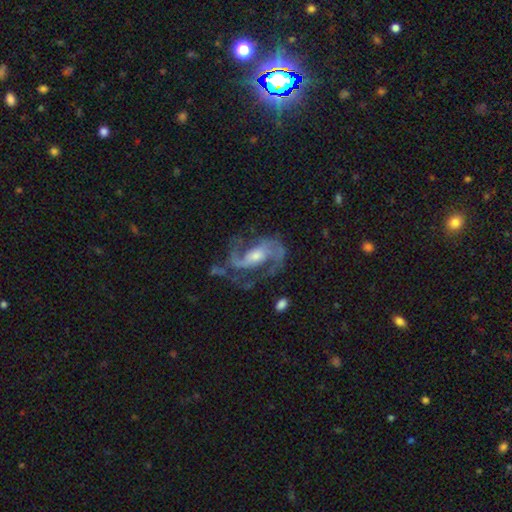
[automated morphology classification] smooth_or_featured: featured or disk (p=0.90) [alt: star or artifact p=0.05]
disk_edge_on: no (p=0.97) [alt: yes p=0.03]
bar: weak (p=0.42) [alt: no p=0.33]
has_spiral_arms: yes (p=0.97) [alt: no p=0.03]
spiral_winding: medium (p=0.57) [alt: loose p=0.27]
spiral_arm_count: 2 (p=0.83) [alt: 3 p=0.07]
bulge_size: moderate (p=0.49) [alt: small p=0.40]
merging: none (p=0.61) [alt: minor disturbance p=0.19]